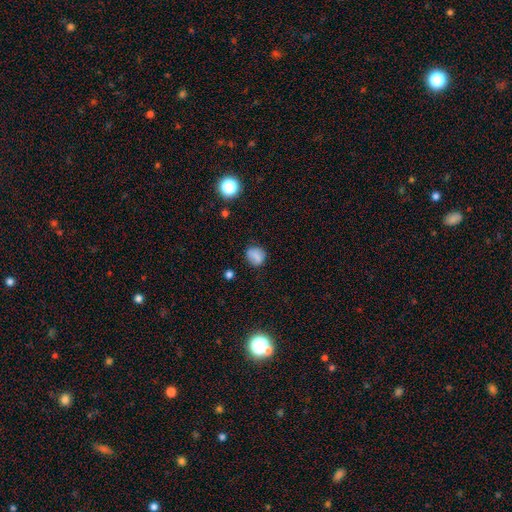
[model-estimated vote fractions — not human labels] The model was most divided on "how rounded": round: 68%, in between: 30%, cigar-shaped: 1%. More confident: smooth or featured — smooth (79%); merging — none (75%).